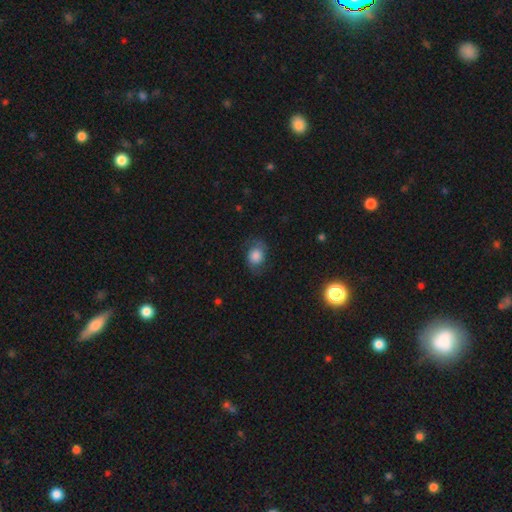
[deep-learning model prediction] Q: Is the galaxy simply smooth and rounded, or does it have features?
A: smooth — 62%.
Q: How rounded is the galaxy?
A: in between — 51%.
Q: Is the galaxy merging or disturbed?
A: none — 70%.